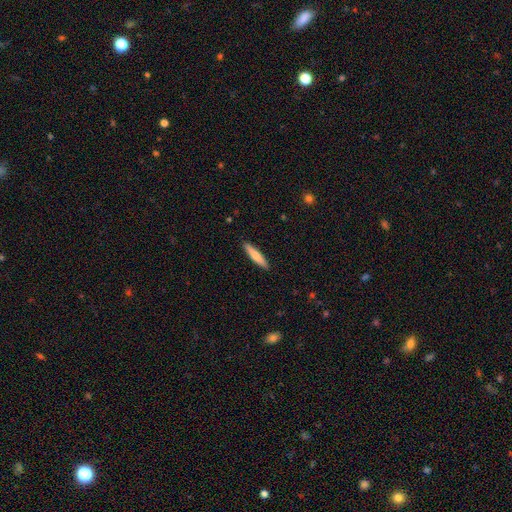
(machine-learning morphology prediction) This appears to be a smooth galaxy with no disk features (71%) that is cigar-shaped (88%). Merging: none (90%).